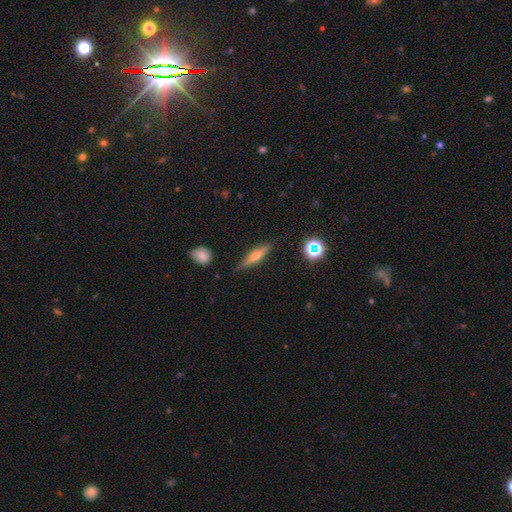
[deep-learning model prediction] Smooth or featured?
  - featured or disk: 57% *
  - smooth: 34%
  - star or artifact: 10%
Edge-on disk?
  - yes: 94% *
  - no: 6%
Edge-on bulge?
  - rounded: 88% *
  - none: 7%
  - boxy: 6%
Merging?
  - none: 85% *
  - minor disturbance: 11%
  - major disturbance: 2%
  - merger: 2%